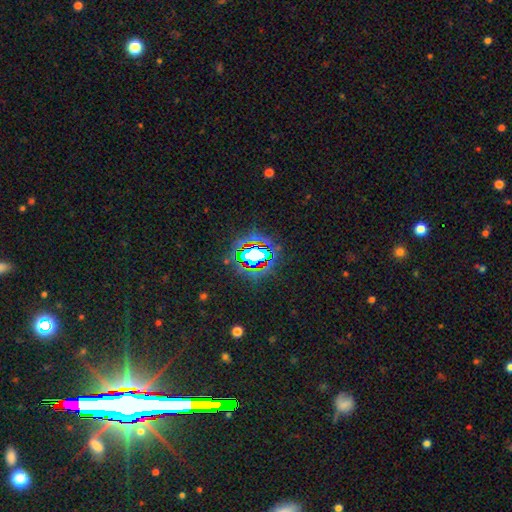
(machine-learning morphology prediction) Smooth or featured? star or artifact (64%)